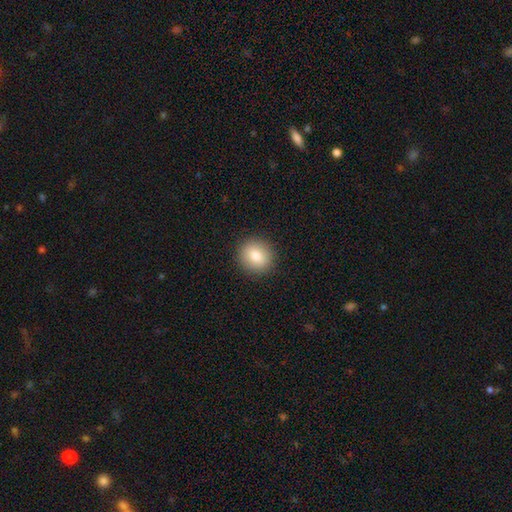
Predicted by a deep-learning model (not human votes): smooth-or-featured: smooth: 79% | featured or disk: 11% | star or artifact: 10%
  how-rounded: round: 86% | in between: 13% | cigar-shaped: 1%
  merging: none: 91% | minor disturbance: 6% | major disturbance: 2% | merger: 1%